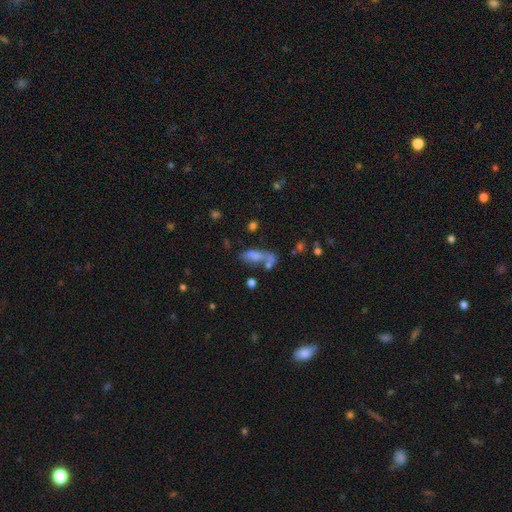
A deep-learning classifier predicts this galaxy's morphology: type=smooth (65%); roundness=in between (69%); merging=merger (36%).